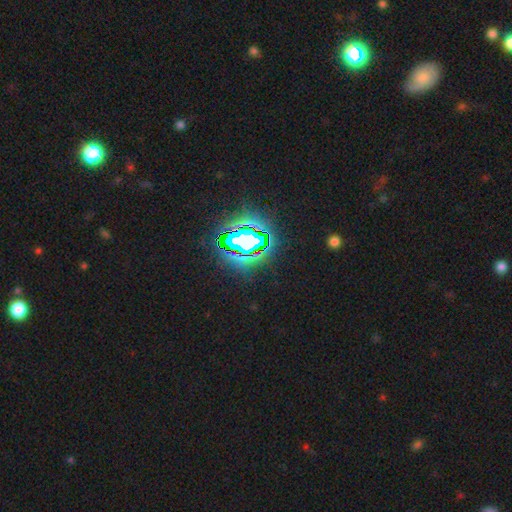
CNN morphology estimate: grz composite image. It shows a star or artifact, not a galaxy (84%).